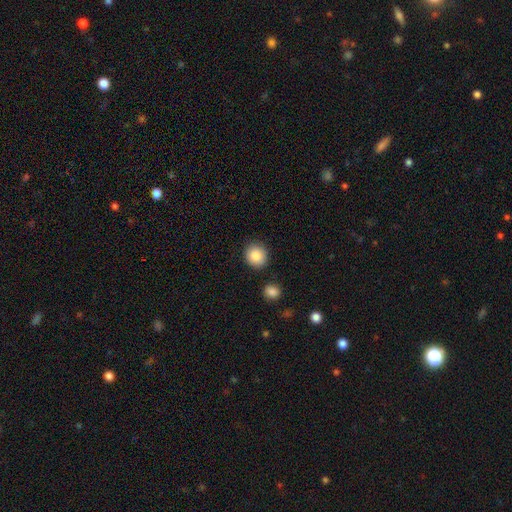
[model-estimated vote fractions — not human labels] smooth_or_featured: smooth (p=0.86) [alt: star or artifact p=0.08]
how_rounded: round (p=0.88) [alt: in between p=0.11]
merging: none (p=0.87) [alt: minor disturbance p=0.08]